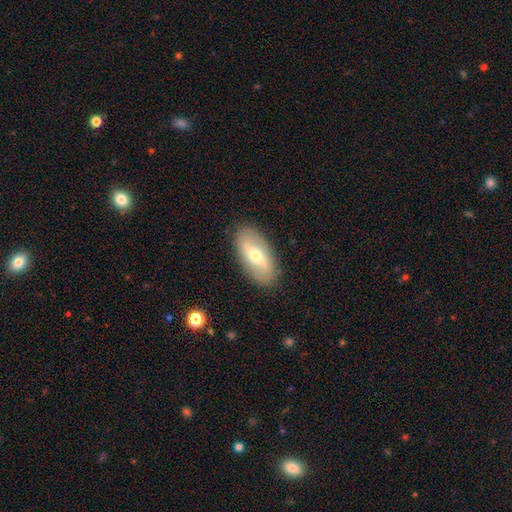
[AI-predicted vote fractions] featured or disk 47% (tied), smooth 47% (tied), star or artifact 6%. Down the decision tree: merging — none (88%).